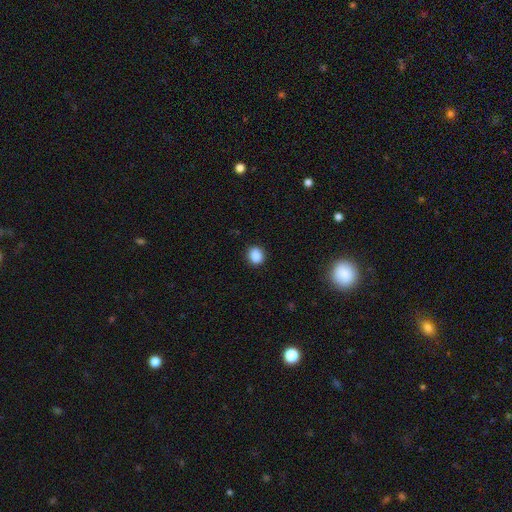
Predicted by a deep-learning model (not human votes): Morphology: type=smooth (88%); roundness=round (70%); merging=none (90%).